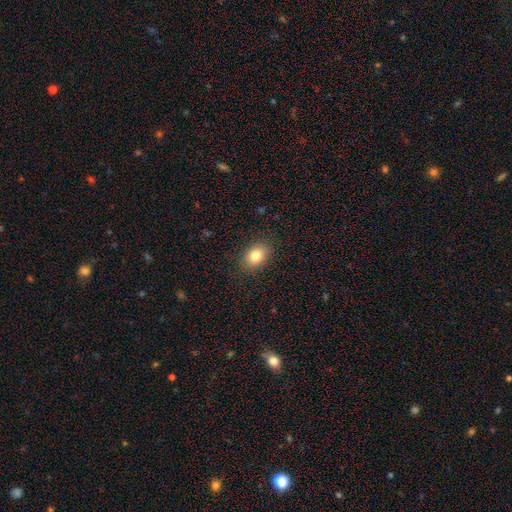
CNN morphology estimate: smooth 83%, star or artifact 9%, featured or disk 8%. Down the decision tree: how rounded — in between (72%); merging — none (87%).